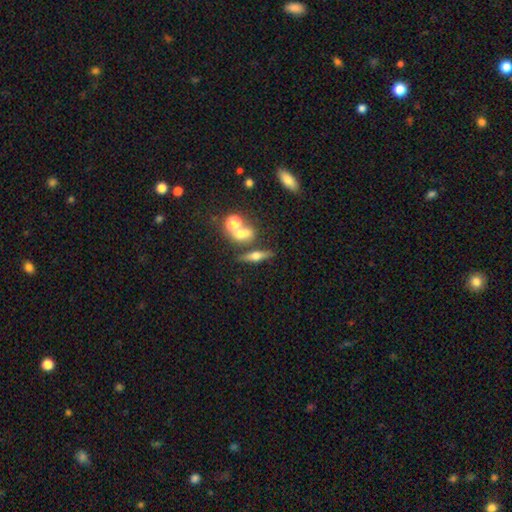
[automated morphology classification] smooth-or-featured: featured or disk: 50% | smooth: 37% | star or artifact: 13%
  disk-edge-on: yes: 86% | no: 14%
  merging: none: 66% | merger: 19% | minor disturbance: 11% | major disturbance: 5%